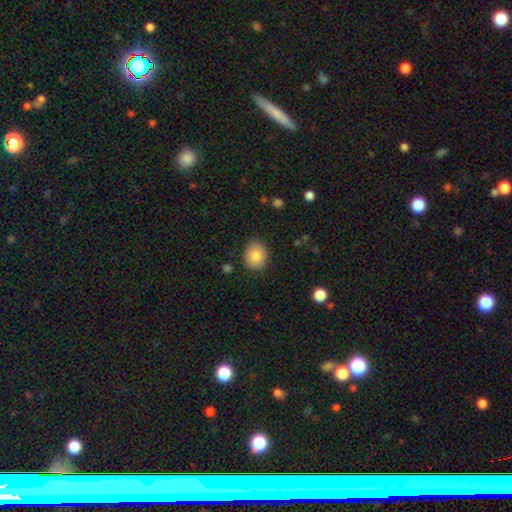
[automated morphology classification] Smooth or featured?
  - smooth: 83% *
  - star or artifact: 8%
  - featured or disk: 8%
How rounded?
  - round: 62% *
  - in between: 37%
  - cigar-shaped: 1%
Merging?
  - none: 84% *
  - minor disturbance: 12%
  - major disturbance: 2%
  - merger: 1%